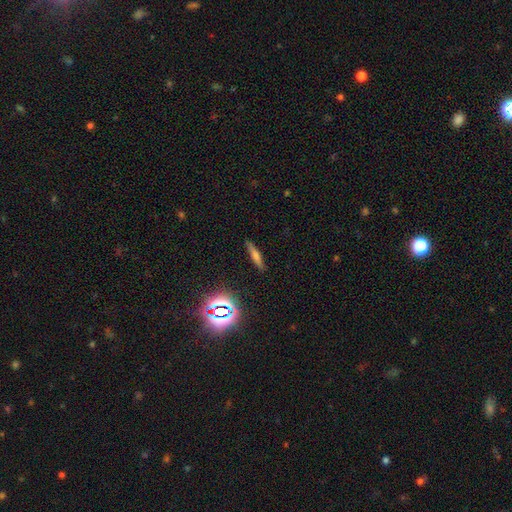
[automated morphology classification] A smooth galaxy with no disk features (52%) that is cigar-shaped (84%). Merging: none (87%).